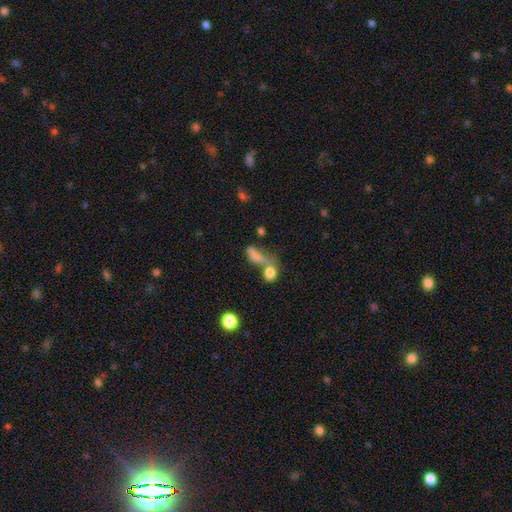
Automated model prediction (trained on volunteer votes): A smooth galaxy with no disk features (69%) that is in between round and cigar-shaped (60%).

Vote fractions:
- Smooth or featured? smooth: 69% / featured or disk: 17% / star or artifact: 14%
- How rounded? in between: 60% / cigar-shaped: 26% / round: 14%
- Merging? merger: 45% / none: 28% / major disturbance: 15% / minor disturbance: 13%